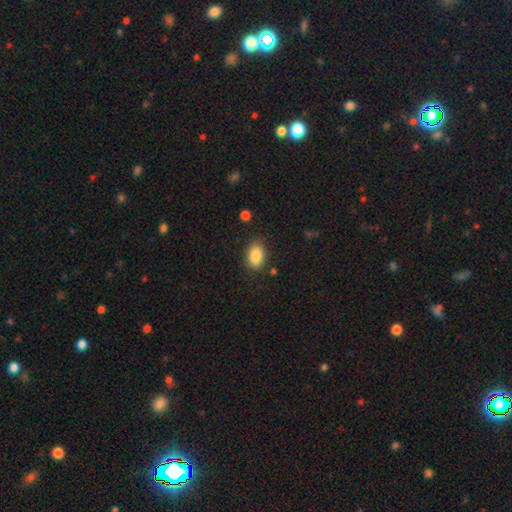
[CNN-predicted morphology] A smooth galaxy with no disk features (87%) that is in between round and cigar-shaped (86%). Merging: none (80%).